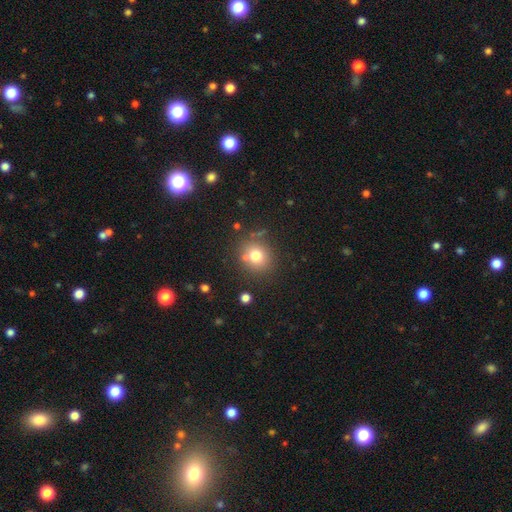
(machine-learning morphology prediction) The model was most divided on "smooth or featured": smooth: 76%, star or artifact: 14%, featured or disk: 11%. More confident: how rounded — round (82%); merging — none (77%).